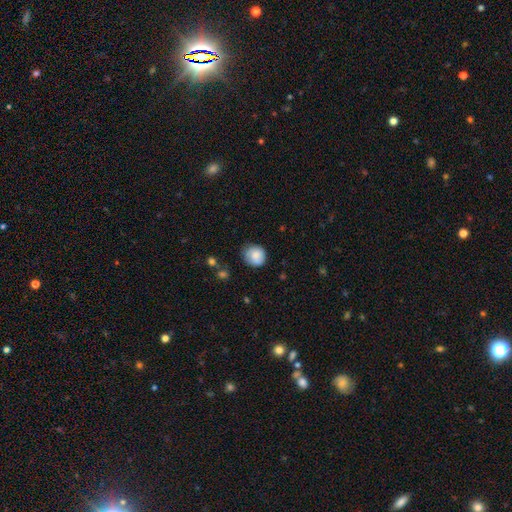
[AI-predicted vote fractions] Morphology: type=smooth (81%); roundness=round (87%); merging=none (70%).